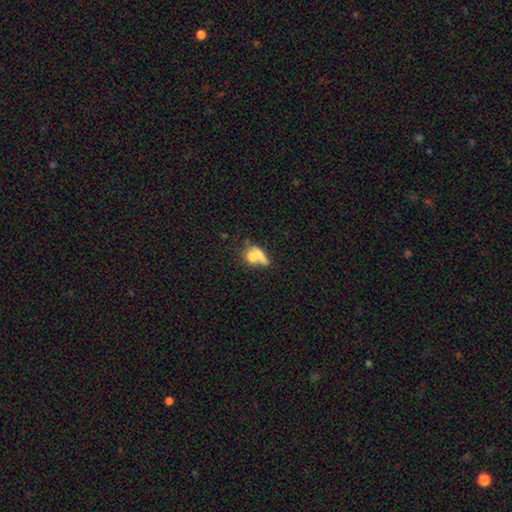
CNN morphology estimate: This appears to be a smooth galaxy with no disk features (66%) that is in between round and cigar-shaped (54%). Merging: merger (55%).